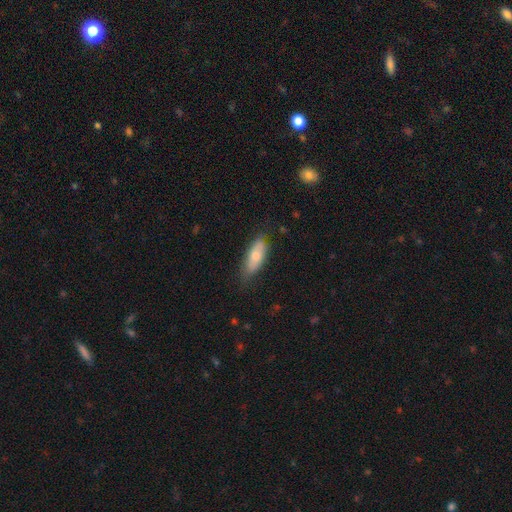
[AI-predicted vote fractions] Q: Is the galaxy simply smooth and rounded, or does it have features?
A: smooth — 69%.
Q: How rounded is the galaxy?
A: in between — 77%.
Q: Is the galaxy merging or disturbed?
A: none — 72%.